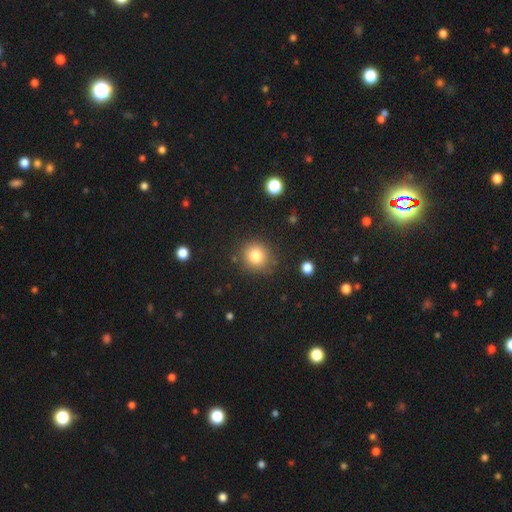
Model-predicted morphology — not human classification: This is clearly a smooth galaxy (81%). How rounded: clearly round (86%). Merging: clearly none (84%).